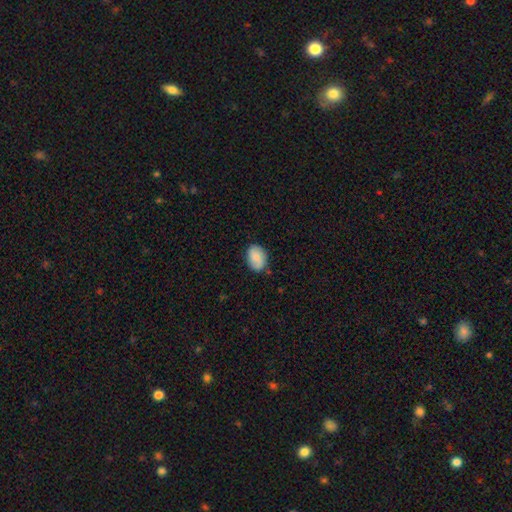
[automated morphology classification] smooth 80%, featured or disk 13%, star or artifact 7%. Down the decision tree: how rounded — in between (80%); merging — none (78%).